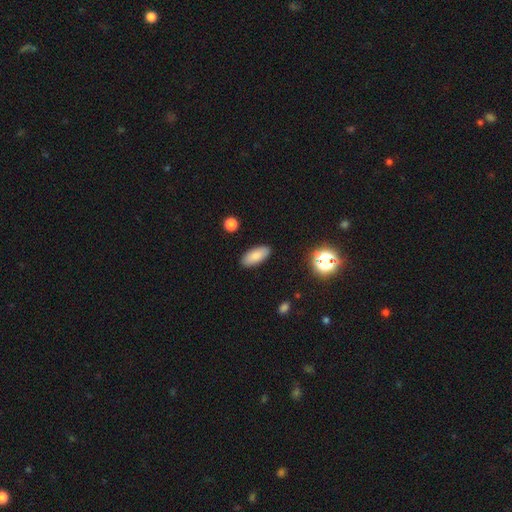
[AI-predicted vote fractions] Smooth or featured: smooth — 84% (featured or disk — 8%)
How rounded: in between — 86% (cigar-shaped — 11%)
Merging: none — 89% (minor disturbance — 8%)